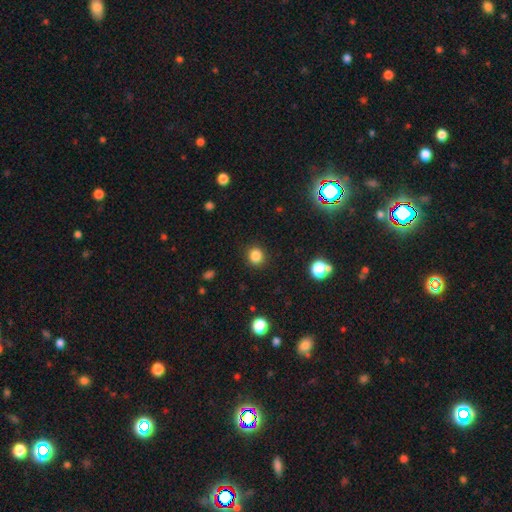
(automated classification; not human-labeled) Smooth or featured: smooth — 84% (star or artifact — 12%)
How rounded: round — 84% (in between — 15%)
Merging: none — 90% (minor disturbance — 6%)